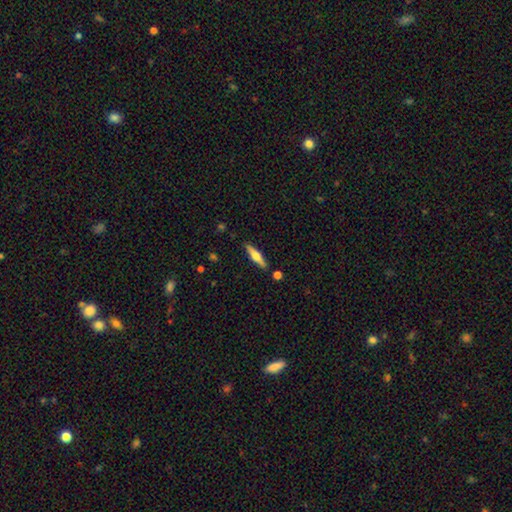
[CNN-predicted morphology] This appears to be a featured or disk galaxy (57%) viewed edge-on (96%) with a rounded central bulge (92%). Merging: none (87%).